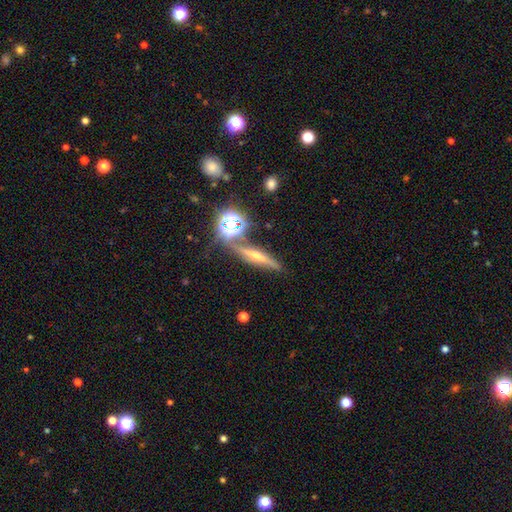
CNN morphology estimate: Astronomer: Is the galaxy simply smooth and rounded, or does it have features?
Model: featured or disk — 62%.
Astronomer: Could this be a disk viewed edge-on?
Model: yes — 92%.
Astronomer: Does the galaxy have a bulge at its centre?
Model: rounded — 87%.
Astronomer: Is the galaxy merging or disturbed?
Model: none — 78%.